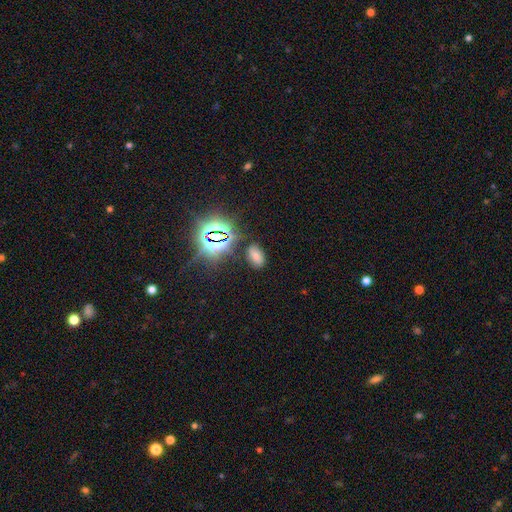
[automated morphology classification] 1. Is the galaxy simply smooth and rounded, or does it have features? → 58% smooth, 34% star or artifact, 9% featured or disk.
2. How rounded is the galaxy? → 91% in between, 7% round, 2% cigar-shaped.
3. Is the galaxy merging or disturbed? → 81% none, 11% minor disturbance, 4% major disturbance, 3% merger.